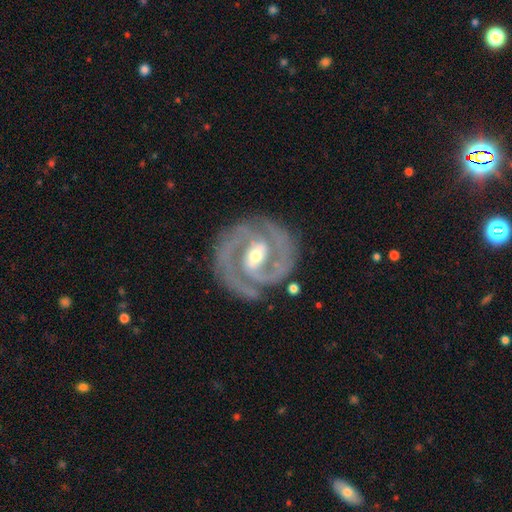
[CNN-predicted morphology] A featured or disk galaxy (92%) with a strong bar (40%, tied with weak), 2 (83%) tight (61%) spiral arms (98%) and a moderate central bulge (51%).

Vote fractions:
- Smooth or featured? featured or disk: 92% / star or artifact: 4% / smooth: 4%
- Edge-on disk? no: 97% / yes: 3%
- Bar? strong: 40% (tied) / weak: 40% (tied) / no: 20%
- Spiral arms? yes: 98% / no: 2%
- Spiral winding? tight: 61% / medium: 35% / loose: 4%
- Spiral arm count? 2: 83% / 3: 9% / can't tell: 3% / 4: 2% / 1: 2% / more than 4: 2%
- Bulge size? moderate: 51% / small: 44% / large: 3% / none: 1% / dominant: 1%
- Merging? none: 82% / minor disturbance: 12% / major disturbance: 4% / merger: 2%